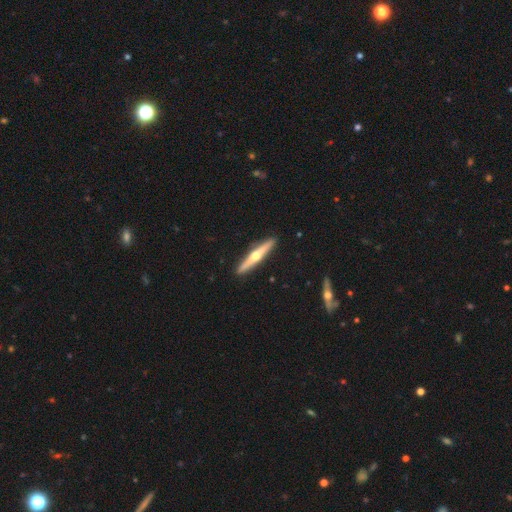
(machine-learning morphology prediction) Smooth or featured?
  - featured or disk: 65% *
  - smooth: 30%
  - star or artifact: 5%
Edge-on disk?
  - yes: 97% *
  - no: 3%
Edge-on bulge?
  - rounded: 93% *
  - none: 5%
  - boxy: 2%
Merging?
  - none: 92% *
  - minor disturbance: 6%
  - merger: 1%
  - major disturbance: 1%